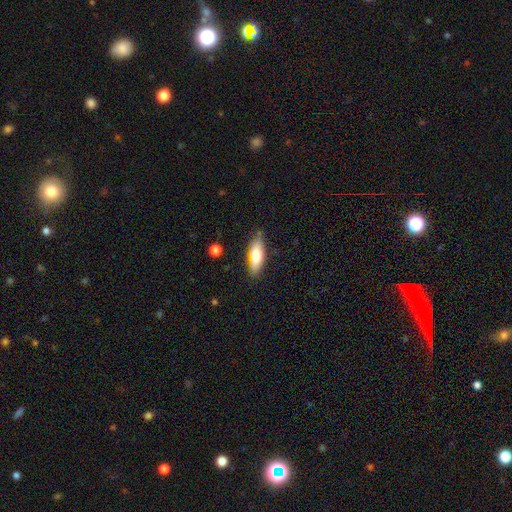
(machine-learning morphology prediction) Smooth or featured? smooth (71%)
How rounded? in between (61%)
Merging? none (79%)